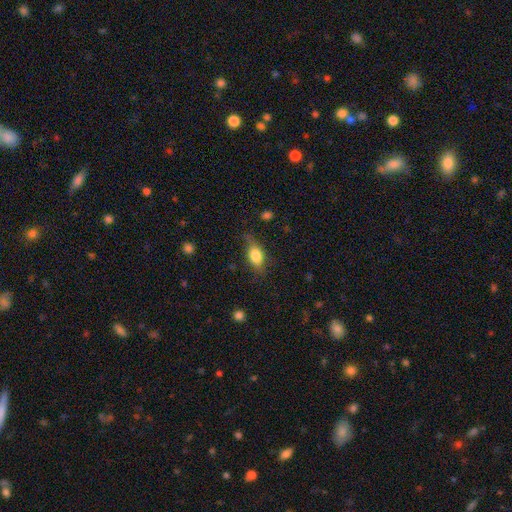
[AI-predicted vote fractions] Q: Smooth or featured?
A: smooth (76%); runner-up: featured or disk (16%)
Q: How rounded?
A: in between (79%); runner-up: round (13%)
Q: Merging?
A: none (64%); runner-up: minor disturbance (26%)